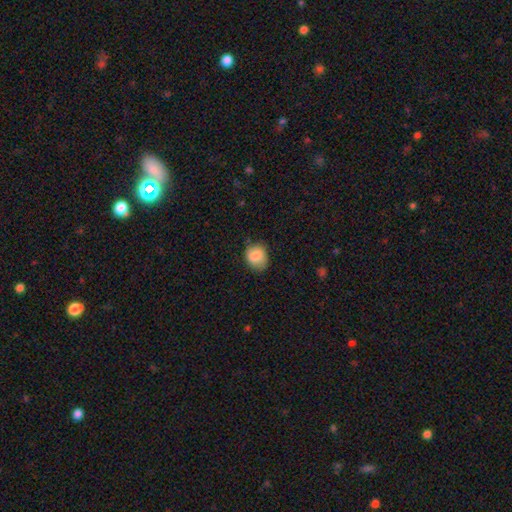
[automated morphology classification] Q: Smooth or featured?
A: smooth (83%); runner-up: featured or disk (9%)
Q: How rounded?
A: round (51%); runner-up: in between (48%)
Q: Merging?
A: none (70%); runner-up: minor disturbance (23%)